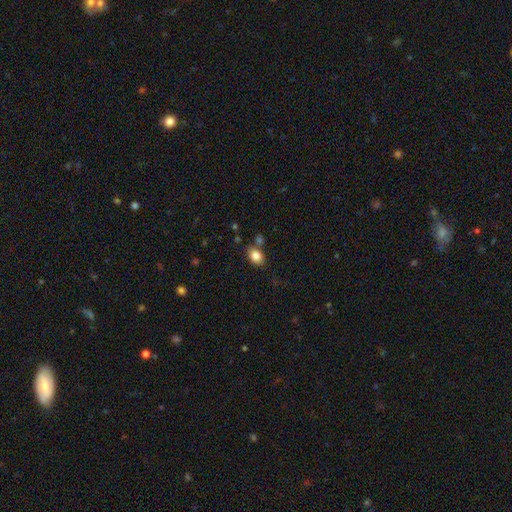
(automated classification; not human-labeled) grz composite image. It shows a smooth galaxy with no disk features (84%) that is in between round and cigar-shaped (71%). Merging: none (71%).